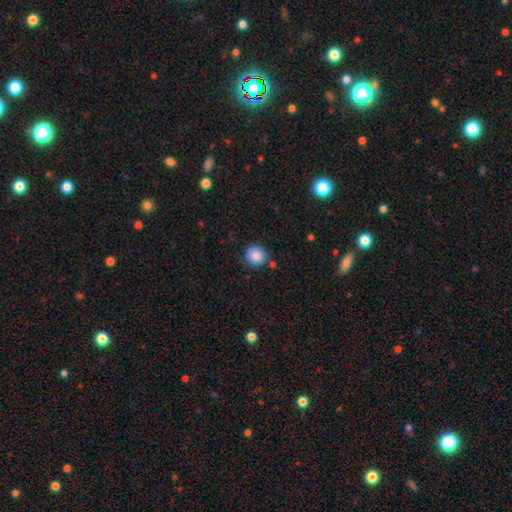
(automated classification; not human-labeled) Smooth or featured?
  - smooth: 85% *
  - star or artifact: 9%
  - featured or disk: 6%
How rounded?
  - round: 89% *
  - in between: 11%
  - cigar-shaped: 1%
Merging?
  - none: 79% *
  - minor disturbance: 13%
  - merger: 5%
  - major disturbance: 3%